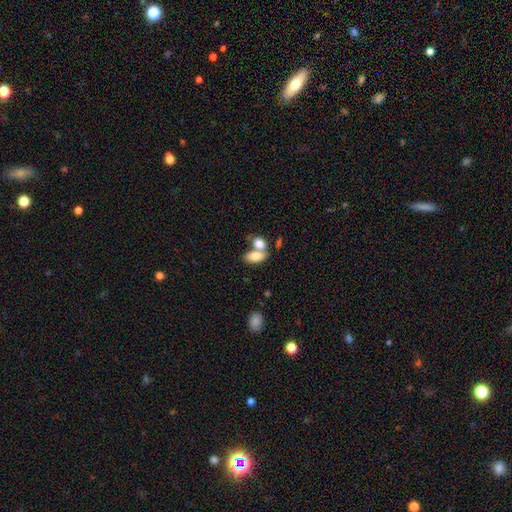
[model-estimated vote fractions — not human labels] smooth_or_featured: smooth (p=0.79) [alt: featured or disk p=0.14]
how_rounded: in between (p=0.89) [alt: round p=0.07]
merging: merger (p=0.55) [alt: none p=0.33]